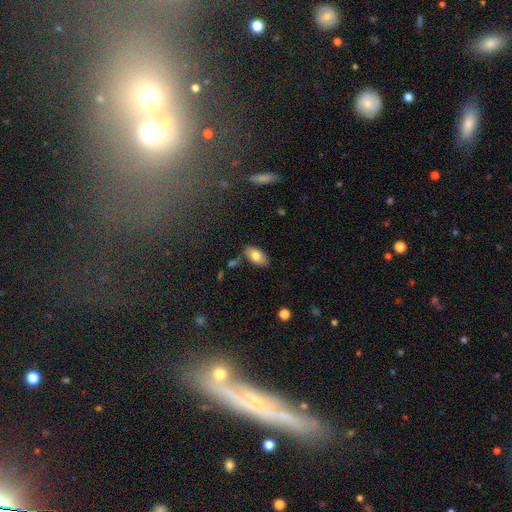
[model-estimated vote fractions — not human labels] Smooth or featured? Predicted: smooth (p=0.77). How rounded? Predicted: in between (p=0.93). Merging? Predicted: none (p=0.80).